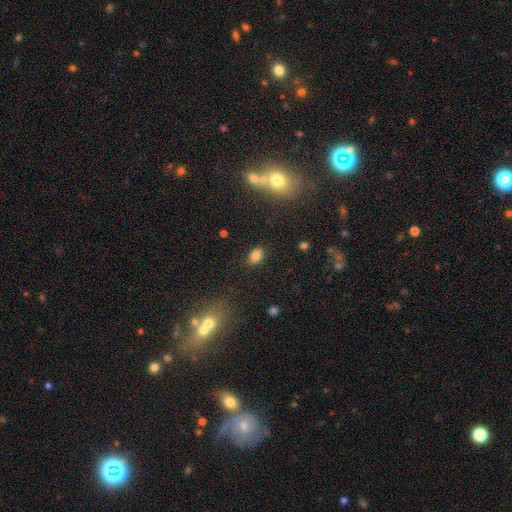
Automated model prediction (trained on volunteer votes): This appears to be a smooth galaxy with no disk features (81%) that is in between round and cigar-shaped (75%). Merging: none (86%).